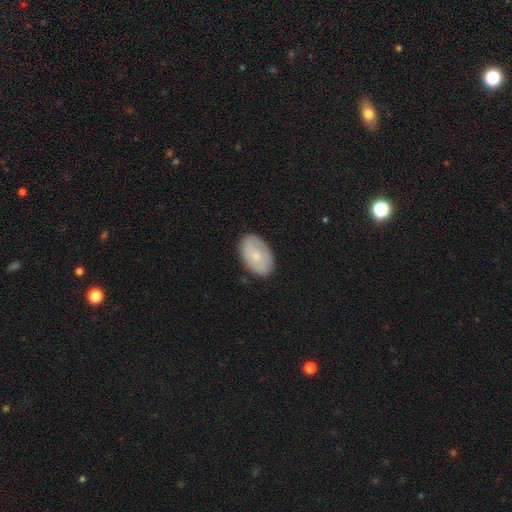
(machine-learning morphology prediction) The model was most divided on "smooth or featured": smooth: 68%, featured or disk: 26%, star or artifact: 6%. More confident: how rounded — in between (91%); merging — none (84%).